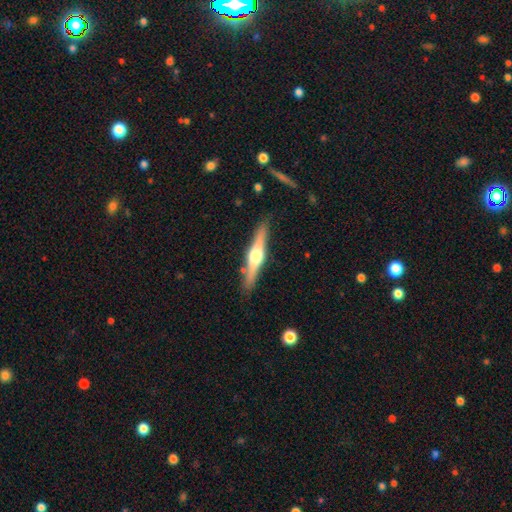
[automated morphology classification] Smooth or featured?
  - featured or disk: 72% *
  - smooth: 23%
  - star or artifact: 5%
Edge-on disk?
  - yes: 97% *
  - no: 3%
Edge-on bulge?
  - rounded: 94% *
  - boxy: 4%
  - none: 2%
Merging?
  - none: 87% *
  - minor disturbance: 9%
  - merger: 2%
  - major disturbance: 2%